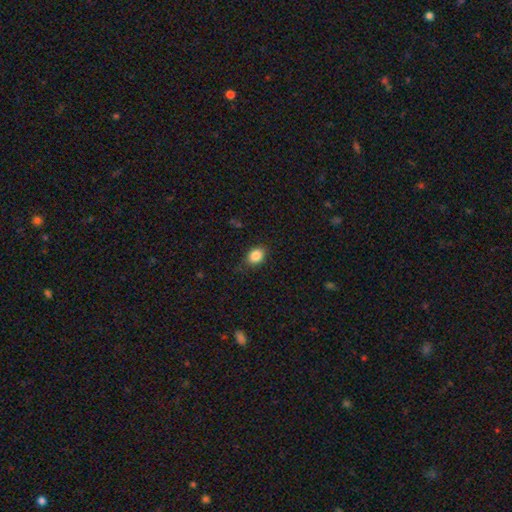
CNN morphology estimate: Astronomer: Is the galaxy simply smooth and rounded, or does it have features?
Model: smooth — 86%.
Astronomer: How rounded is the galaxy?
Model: in between — 61% (runner-up: round, 37%).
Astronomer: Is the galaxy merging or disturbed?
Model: none — 80%.